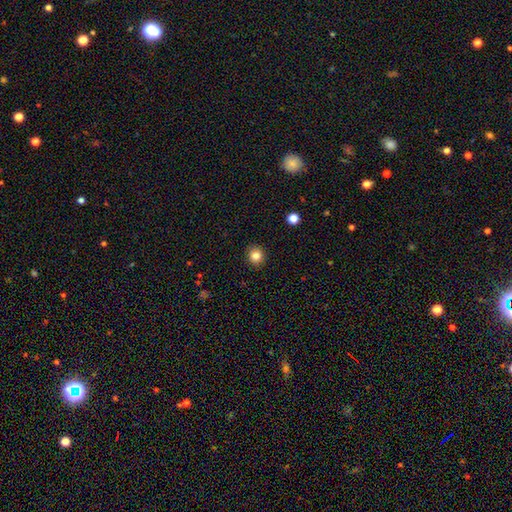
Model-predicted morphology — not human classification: Overall: smooth (83%). How rounded: round (86%). Merging: none (92%).